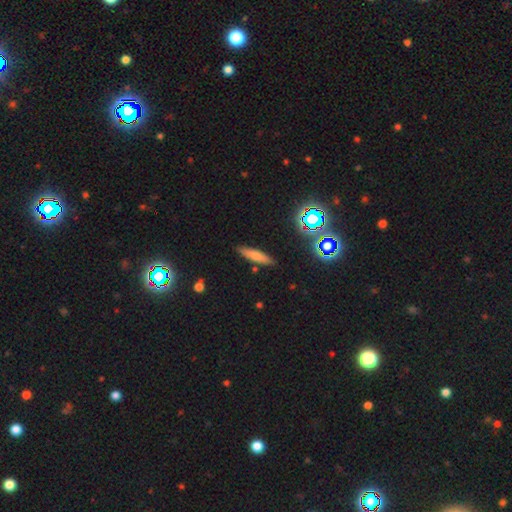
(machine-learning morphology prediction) smooth_or_featured: smooth (p=0.67) [alt: featured or disk p=0.20]
how_rounded: cigar-shaped (p=0.73) [alt: in between p=0.25]
merging: none (p=0.87) [alt: minor disturbance p=0.09]